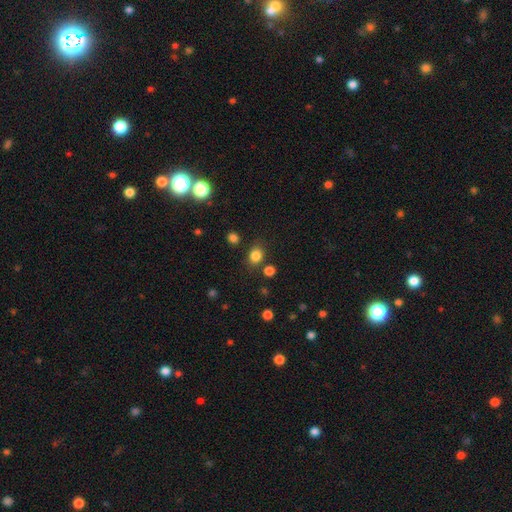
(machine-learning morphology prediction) Smooth or featured? smooth (82%)
How rounded? round (60%)
Merging? none (78%)